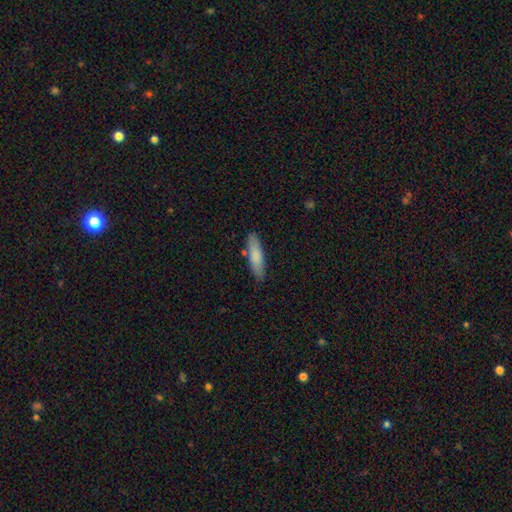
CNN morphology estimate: smooth 82%, featured or disk 13%, star or artifact 6%. Down the decision tree: how rounded — cigar-shaped (68%); merging — none (83%).